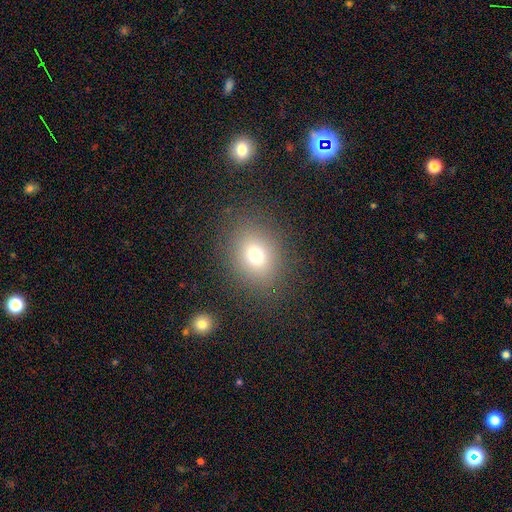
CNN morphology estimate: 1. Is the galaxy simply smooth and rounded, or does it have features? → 71% smooth, 17% star or artifact, 12% featured or disk.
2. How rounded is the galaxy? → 55% round, 44% in between, 1% cigar-shaped.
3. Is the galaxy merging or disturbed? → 84% none, 9% minor disturbance, 5% major disturbance, 2% merger.